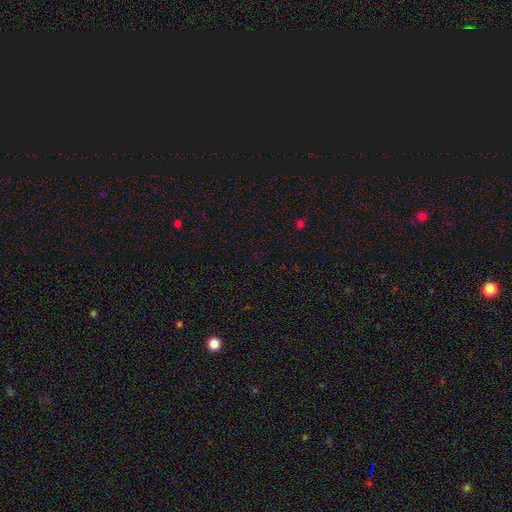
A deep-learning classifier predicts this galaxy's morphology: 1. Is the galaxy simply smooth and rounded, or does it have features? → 67% star or artifact, 26% smooth, 7% featured or disk.